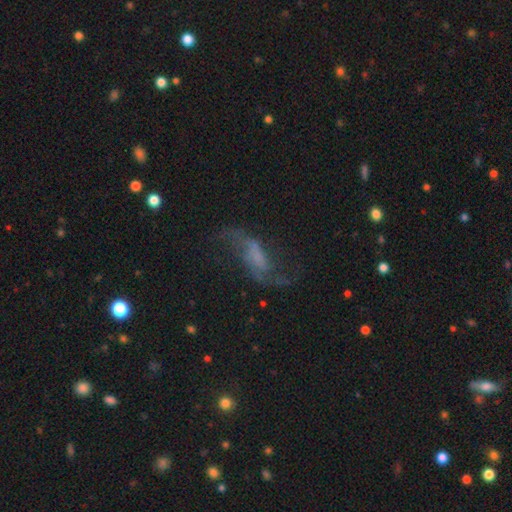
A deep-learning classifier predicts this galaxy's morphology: featured or disk 75%, smooth 14%, star or artifact 10%. Down the decision tree: edge-on disk — no (93%); bar — weak (42%); spiral arms — yes (90%); spiral arm count — 2 (90%); spiral winding — loose (80%); bulge size — none (56%); merging — none (58%).